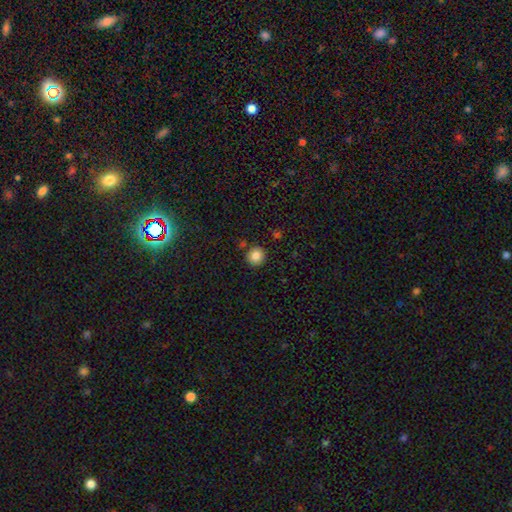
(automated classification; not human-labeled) This appears to be a smooth galaxy with no disk features (85%) that is round (93%). Merging: none (88%).